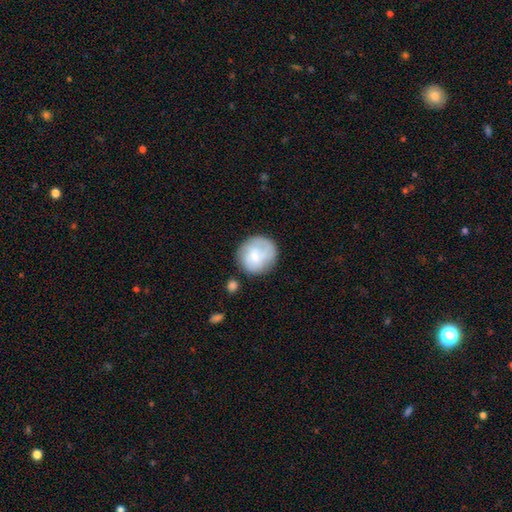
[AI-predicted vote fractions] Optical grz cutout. It shows a smooth galaxy with no disk features (60%) that is round (88%). Merging: none (68%).